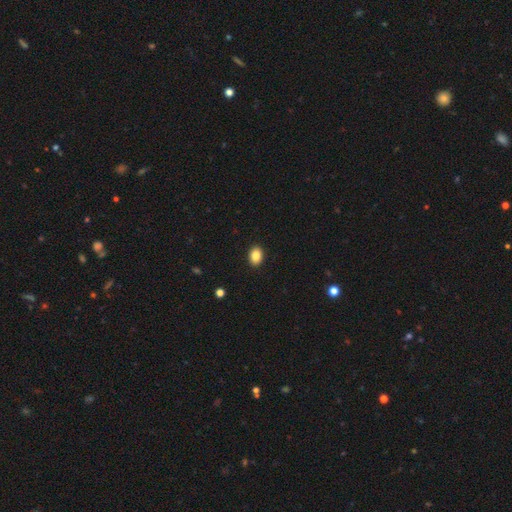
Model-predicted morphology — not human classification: smooth_or_featured: smooth (p=0.87) [alt: star or artifact p=0.08]
how_rounded: in between (p=0.76) [alt: round p=0.23]
merging: none (p=0.91) [alt: minor disturbance p=0.06]